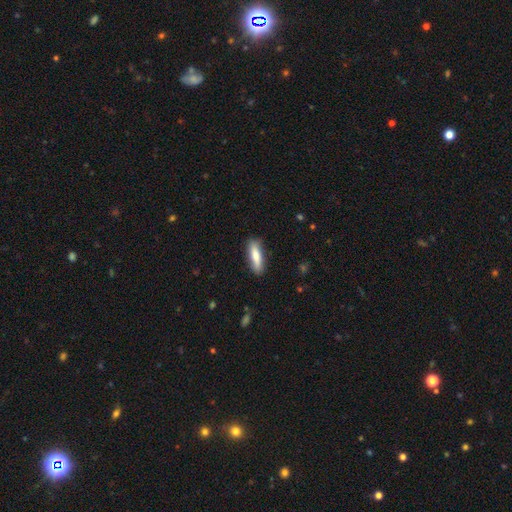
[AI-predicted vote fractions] A smooth galaxy with no disk features (71%) that is cigar-shaped (62%). Merging: none (85%).